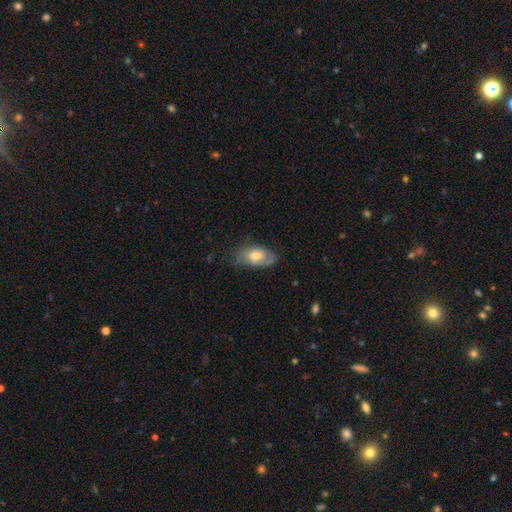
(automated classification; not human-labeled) smooth-or-featured: smooth: 54% | featured or disk: 38% | star or artifact: 7%
  how-rounded: in between: 91% | round: 5% | cigar-shaped: 3%
  merging: none: 58% | minor disturbance: 29% | major disturbance: 12% | merger: 2%